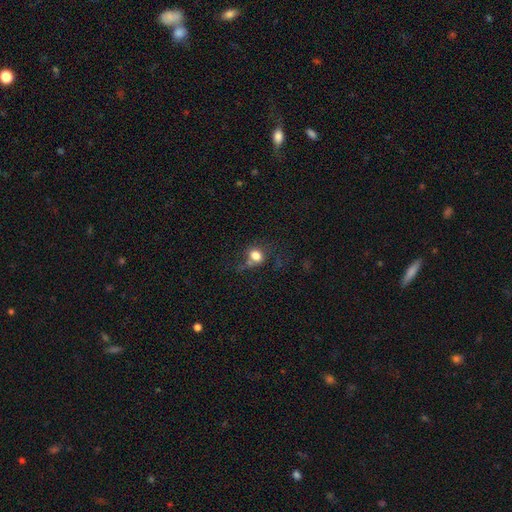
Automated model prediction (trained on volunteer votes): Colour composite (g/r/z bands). It shows a smooth galaxy with no disk features (75%) that is round (59%). Merging: none (50%).